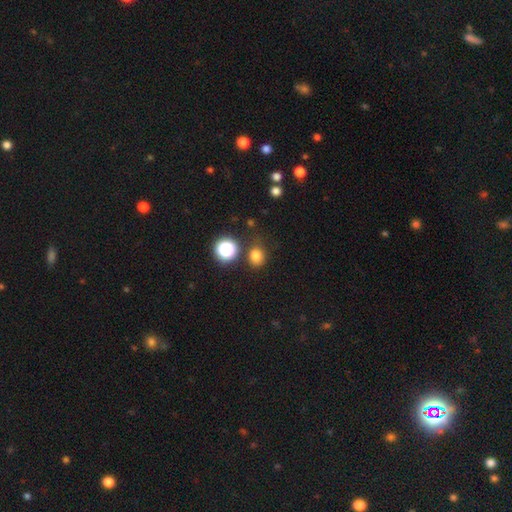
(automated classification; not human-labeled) smooth-or-featured: smooth: 78% | star or artifact: 17% | featured or disk: 5%
  how-rounded: round: 71% | in between: 28% | cigar-shaped: 1%
  merging: none: 77% | minor disturbance: 12% | merger: 6% | major disturbance: 4%